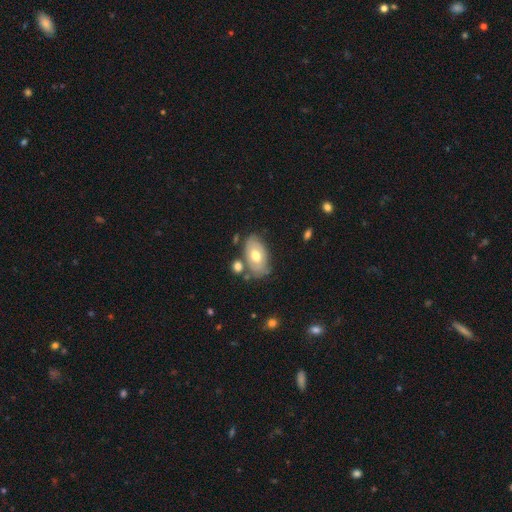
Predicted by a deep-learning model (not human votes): Smooth or featured? Predicted: smooth (p=0.51). How rounded? Predicted: in between (p=0.92). Merging? Predicted: none (p=0.67).